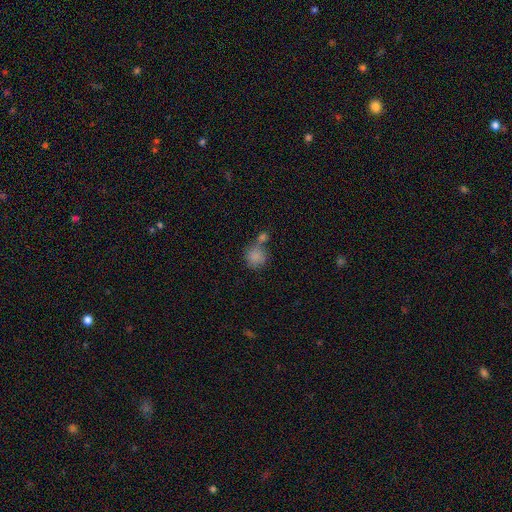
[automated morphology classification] Smooth or featured?
  - smooth: 83% *
  - star or artifact: 10%
  - featured or disk: 7%
How rounded?
  - round: 85% *
  - in between: 14%
  - cigar-shaped: 1%
Merging?
  - none: 46% *
  - merger: 36%
  - minor disturbance: 12%
  - major disturbance: 6%